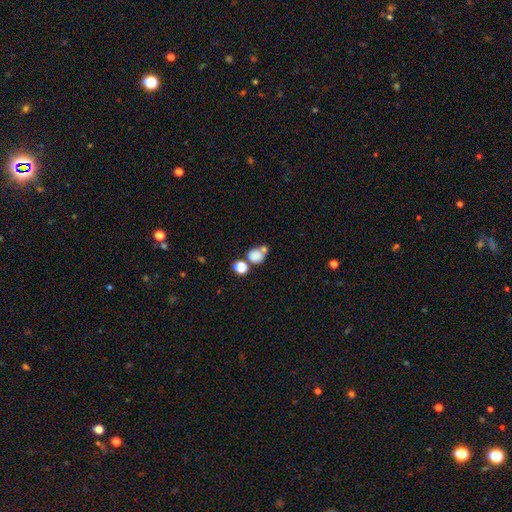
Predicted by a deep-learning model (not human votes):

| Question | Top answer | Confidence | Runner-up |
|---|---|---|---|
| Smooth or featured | smooth | 78% | star or artifact (13%) |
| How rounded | round | 64% | in between (35%) |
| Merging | none | 45% | merger (39%) |